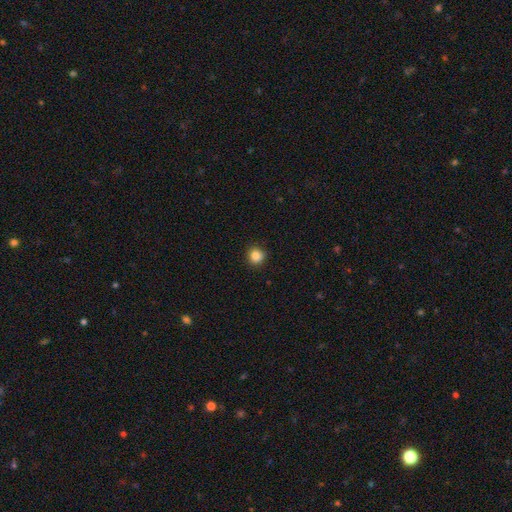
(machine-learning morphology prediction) smooth 86%, star or artifact 11%, featured or disk 3%. Down the decision tree: how rounded — round (91%); merging — none (91%).